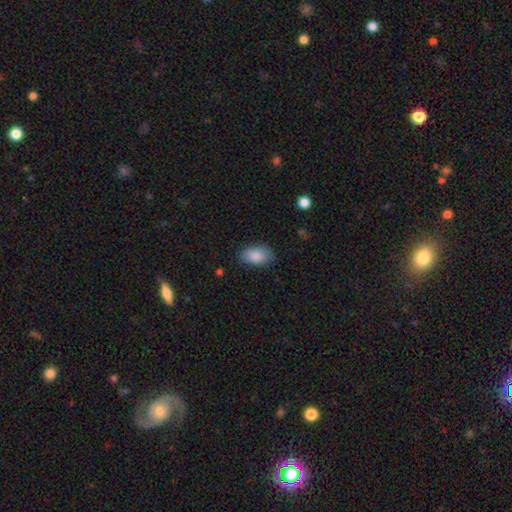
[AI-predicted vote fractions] This appears to be a smooth galaxy with no disk features (87%) that is in between round and cigar-shaped (91%). Merging: none (80%).